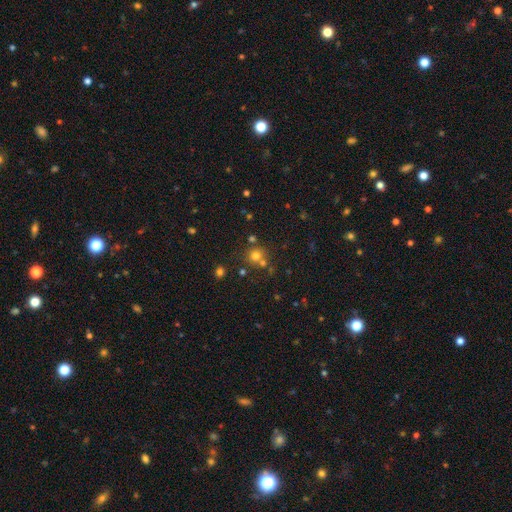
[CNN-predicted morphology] Overall: smooth (69%). How rounded: round (89%). Merging: none (63%; merger 24%).